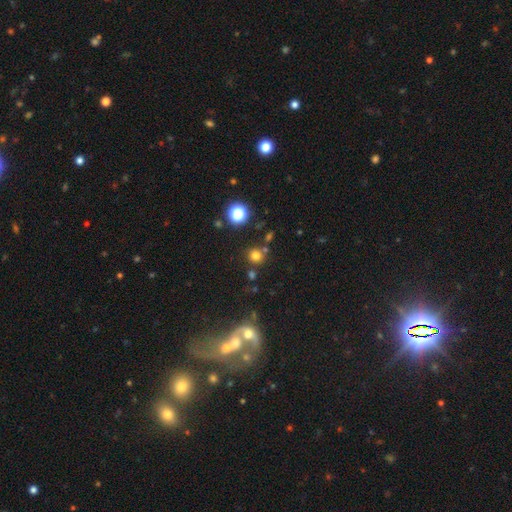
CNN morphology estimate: type=smooth (72%); roundness=round (91%); merging=none (78%).